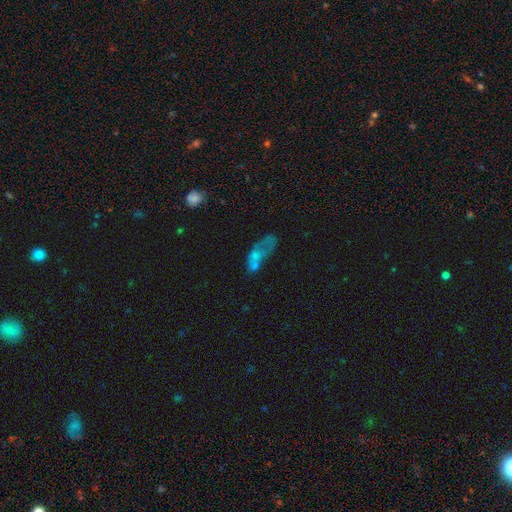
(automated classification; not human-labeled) Morphology: type=smooth (45%); merging=merger (31%).